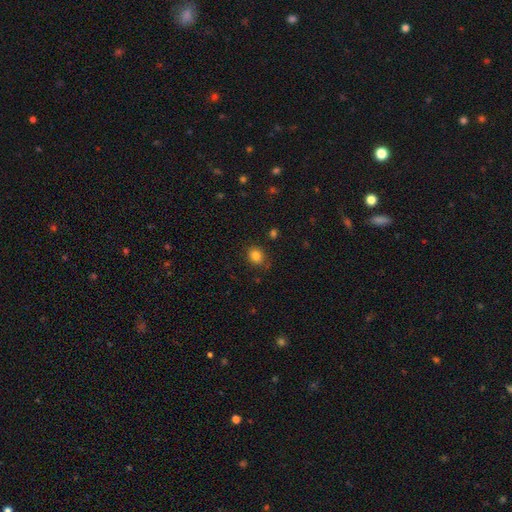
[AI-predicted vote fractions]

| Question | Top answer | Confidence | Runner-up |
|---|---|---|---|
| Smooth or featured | smooth | 83% | star or artifact (12%) |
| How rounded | round | 68% | in between (31%) |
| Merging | none | 82% | minor disturbance (13%) |